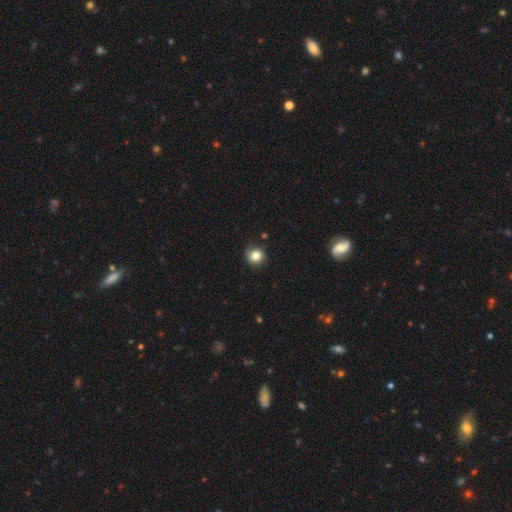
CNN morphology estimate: smooth-or-featured: smooth: 83% | star or artifact: 11% | featured or disk: 6%
  how-rounded: round: 90% | in between: 9% | cigar-shaped: 1%
  merging: none: 85% | minor disturbance: 11% | major disturbance: 2% | merger: 2%